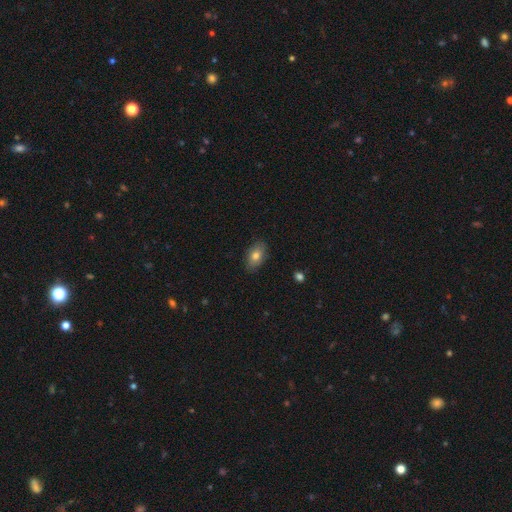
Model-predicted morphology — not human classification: smooth_or_featured: smooth (p=0.79) [alt: featured or disk p=0.14]
how_rounded: in between (p=0.90) [alt: round p=0.08]
merging: none (p=0.86) [alt: minor disturbance p=0.11]